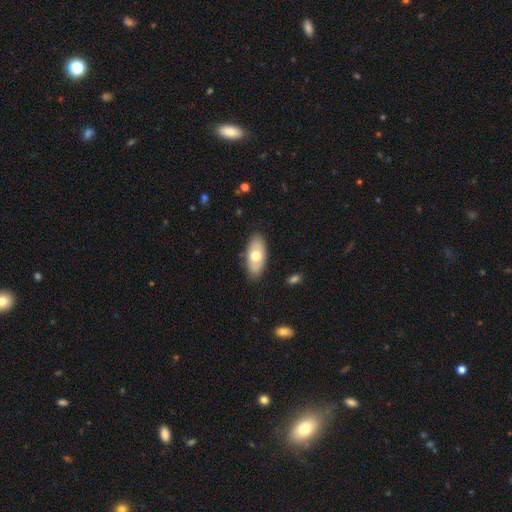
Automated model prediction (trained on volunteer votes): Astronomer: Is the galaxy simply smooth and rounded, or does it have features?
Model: smooth — 63%.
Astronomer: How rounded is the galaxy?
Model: in between — 92%.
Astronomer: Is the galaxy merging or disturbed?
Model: none — 85%.